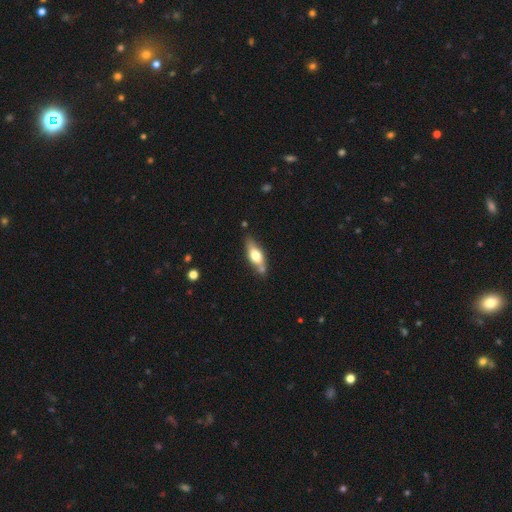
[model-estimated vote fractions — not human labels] Morphology: type=smooth (57%); roundness=in between (61%); merging=none (70%).